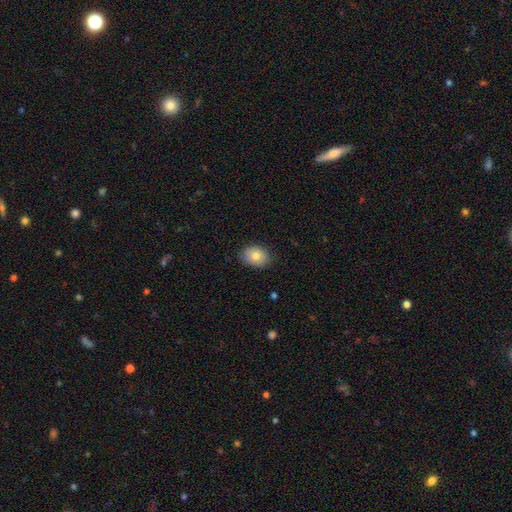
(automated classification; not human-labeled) Smooth or featured? Predicted: smooth (p=0.79). How rounded? Predicted: in between (p=0.67). Merging? Predicted: none (p=0.85).